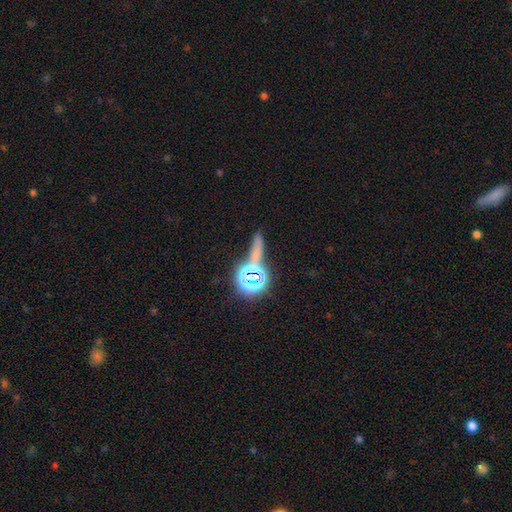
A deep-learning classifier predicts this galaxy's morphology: This appears to be a star or artifact, not a galaxy (52%).